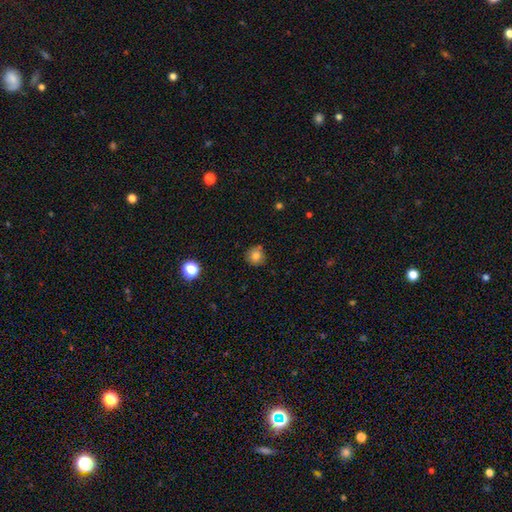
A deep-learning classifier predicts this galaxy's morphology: A smooth galaxy with no disk features (82%) that is round (91%). Merging: none (80%).